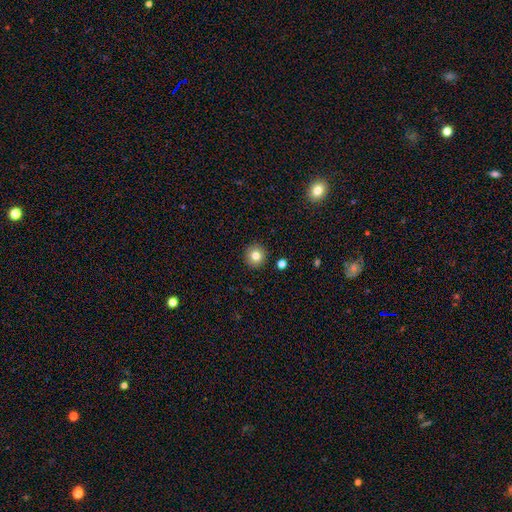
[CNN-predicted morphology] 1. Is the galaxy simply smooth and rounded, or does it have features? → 80% smooth, 11% star or artifact, 9% featured or disk.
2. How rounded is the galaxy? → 93% round, 6% in between, 1% cigar-shaped.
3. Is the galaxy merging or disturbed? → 92% none, 5% minor disturbance, 2% major disturbance, 1% merger.